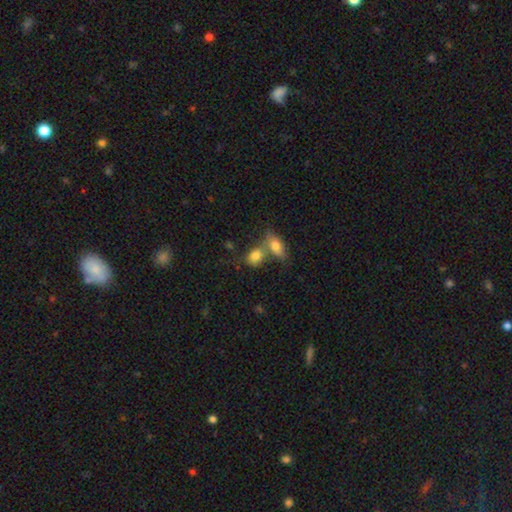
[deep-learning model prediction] Smooth or featured? Predicted: smooth (p=0.82). How rounded? Predicted: in between (p=0.70). Merging? Predicted: merger (p=0.53).